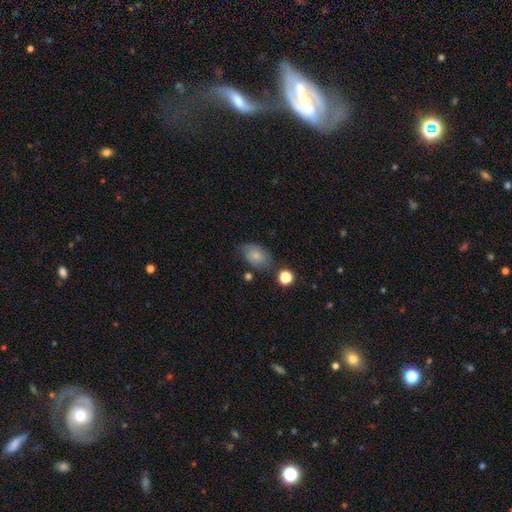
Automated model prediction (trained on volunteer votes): Smooth or featured? Predicted: smooth (p=0.78). How rounded? Predicted: in between (p=0.82). Merging? Predicted: none (p=0.63).